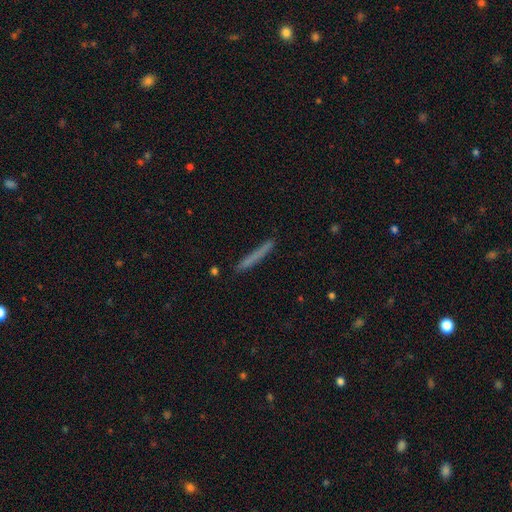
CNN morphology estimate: type=smooth (69%); roundness=cigar-shaped (96%); merging=none (86%).